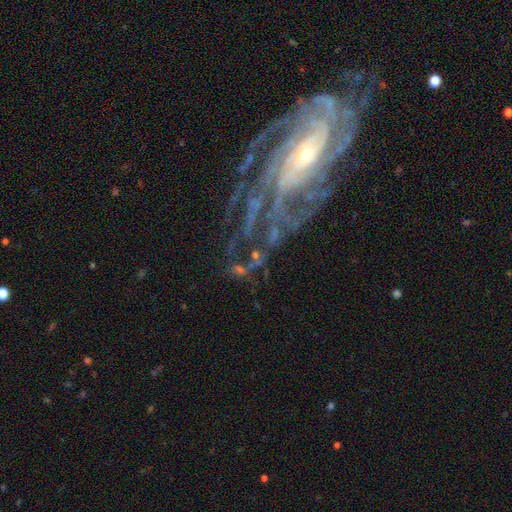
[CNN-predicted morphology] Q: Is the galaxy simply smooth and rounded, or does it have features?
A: featured or disk — 76%.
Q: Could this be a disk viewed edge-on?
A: no — 95%.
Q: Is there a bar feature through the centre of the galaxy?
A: no — 57%.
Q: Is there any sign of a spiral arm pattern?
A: yes — 88%.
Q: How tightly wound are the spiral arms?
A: tight — 53%.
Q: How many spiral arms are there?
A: can't tell — 29%.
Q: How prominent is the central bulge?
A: small — 62%.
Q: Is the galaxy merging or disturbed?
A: none — 57%.